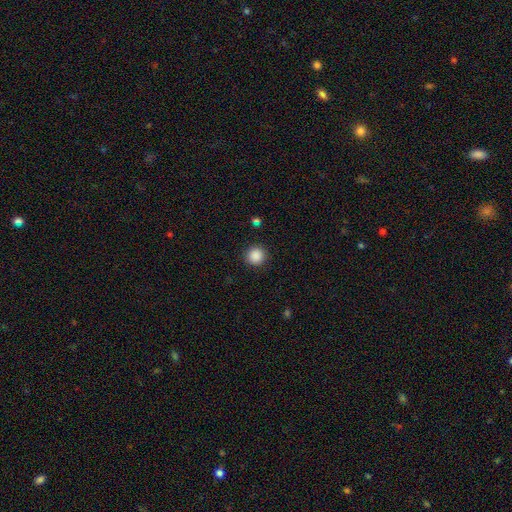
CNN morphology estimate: smooth 88%, star or artifact 10%, featured or disk 3%. Down the decision tree: how rounded — round (94%); merging — none (91%).